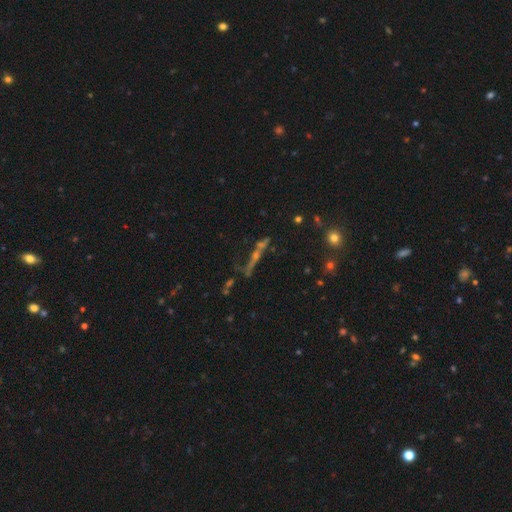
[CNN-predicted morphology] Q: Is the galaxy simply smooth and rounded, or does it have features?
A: featured or disk — 49%.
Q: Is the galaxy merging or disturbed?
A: none — 55%.